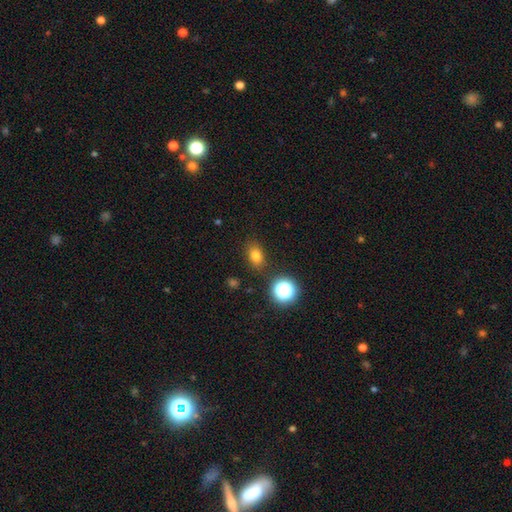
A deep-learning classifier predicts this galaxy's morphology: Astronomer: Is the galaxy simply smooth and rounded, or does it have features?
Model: smooth — 76%.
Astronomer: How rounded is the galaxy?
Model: in between — 67%.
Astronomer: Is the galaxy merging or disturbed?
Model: none — 82%.